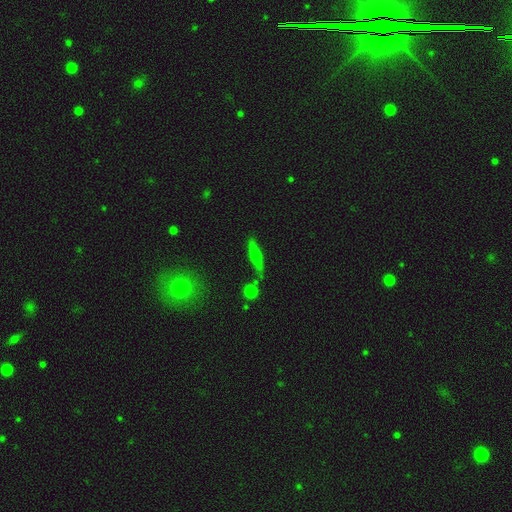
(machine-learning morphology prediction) smooth-or-featured: featured or disk: 55% | smooth: 37% | star or artifact: 8%
  disk-edge-on: yes: 92% | no: 8%
    edge-on-bulge: rounded: 90% | none: 6% | boxy: 4%
  merging: none: 78% | minor disturbance: 12% | merger: 6% | major disturbance: 3%